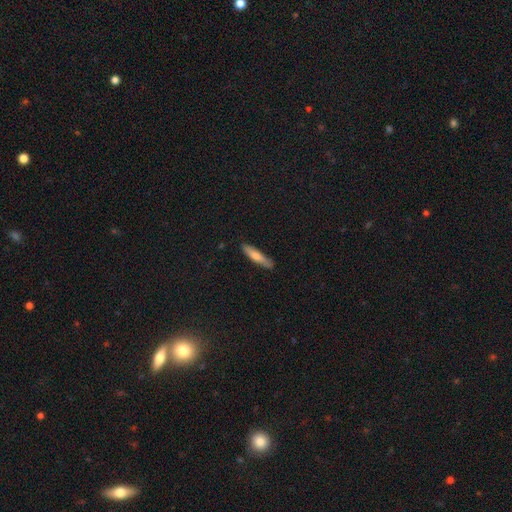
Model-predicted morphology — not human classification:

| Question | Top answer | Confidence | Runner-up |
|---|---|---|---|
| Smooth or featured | smooth | 62% | featured or disk (30%) |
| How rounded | cigar-shaped | 86% | in between (13%) |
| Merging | none | 86% | minor disturbance (11%) |